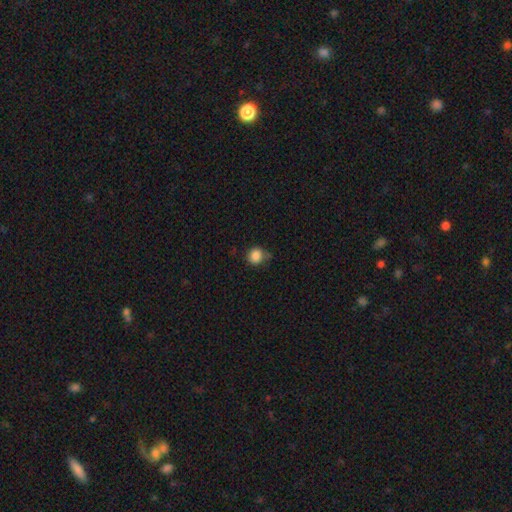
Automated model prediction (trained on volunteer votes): Smooth or featured?
  - smooth: 86% *
  - star or artifact: 10%
  - featured or disk: 4%
How rounded?
  - round: 88% *
  - in between: 11%
  - cigar-shaped: 1%
Merging?
  - none: 68% *
  - minor disturbance: 23%
  - major disturbance: 6%
  - merger: 3%